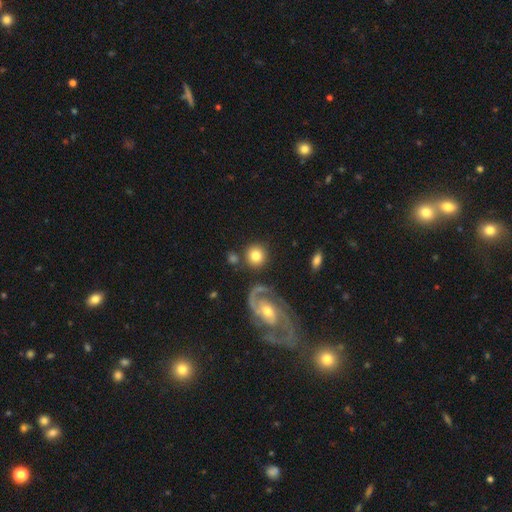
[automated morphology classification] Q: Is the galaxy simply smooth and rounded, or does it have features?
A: smooth — 75%.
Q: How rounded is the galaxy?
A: round — 91%.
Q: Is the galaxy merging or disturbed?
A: none — 78%.